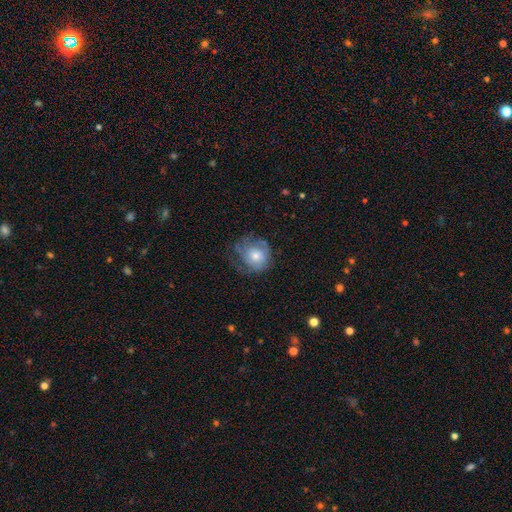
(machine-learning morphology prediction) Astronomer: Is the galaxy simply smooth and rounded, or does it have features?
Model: featured or disk — 46% (runner-up: smooth, 45%).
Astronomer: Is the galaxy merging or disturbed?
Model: none — 55%.